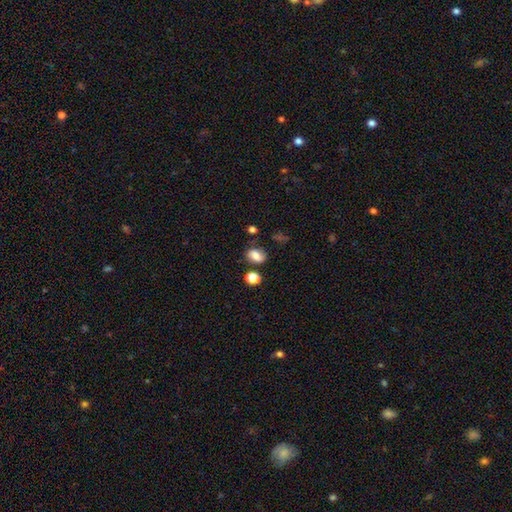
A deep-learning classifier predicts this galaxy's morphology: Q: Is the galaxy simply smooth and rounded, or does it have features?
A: smooth — 77%.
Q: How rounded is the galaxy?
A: in between — 72%.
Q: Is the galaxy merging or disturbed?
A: none — 66%.